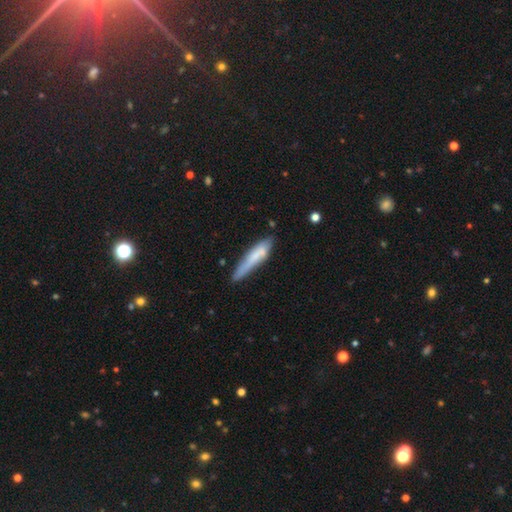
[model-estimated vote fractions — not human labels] Smooth or featured? smooth (69%)
How rounded? cigar-shaped (87%)
Merging? none (61%)